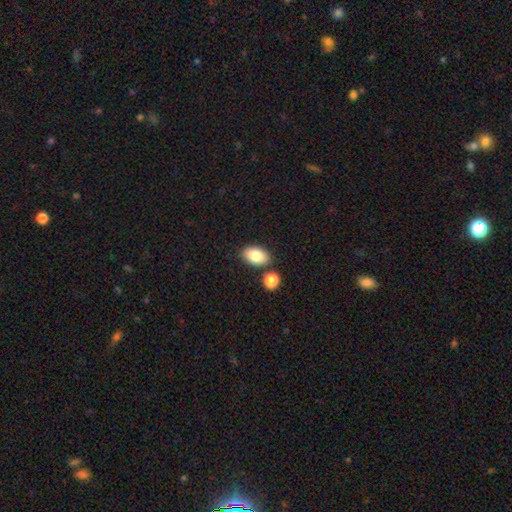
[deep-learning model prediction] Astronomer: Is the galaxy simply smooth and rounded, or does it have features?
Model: smooth — 84%.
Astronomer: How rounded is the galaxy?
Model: in between — 90%.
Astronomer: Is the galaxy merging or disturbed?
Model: none — 79%.